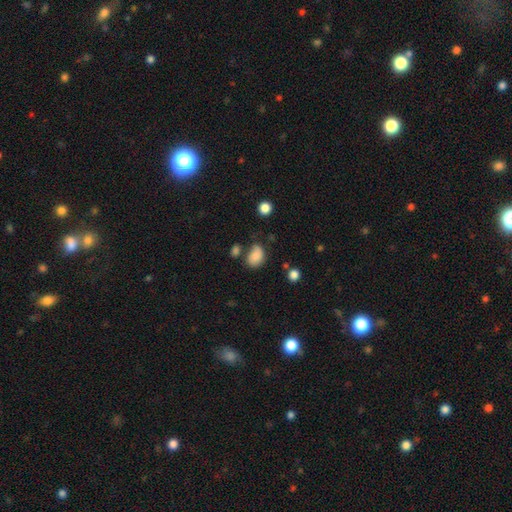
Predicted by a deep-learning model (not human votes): Overall: smooth (80%). How rounded: in between (76%). Merging: none (52%; minor disturbance 28%).